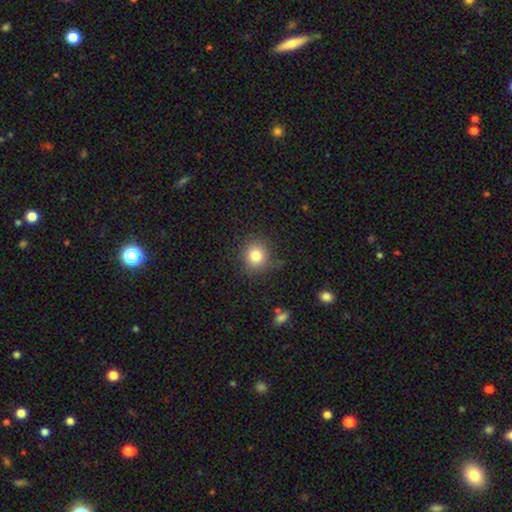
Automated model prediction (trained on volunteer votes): The model was most divided on "how rounded": round: 84%, in between: 15%, cigar-shaped: 1%. More confident: merging — none (84%); smooth or featured — smooth (82%).